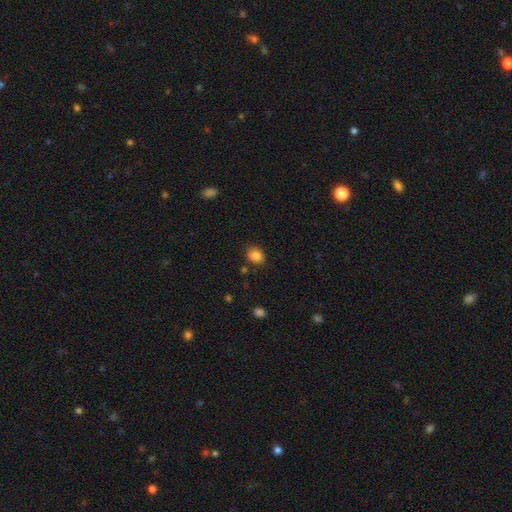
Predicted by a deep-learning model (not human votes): smooth_or_featured: smooth (p=0.85) [alt: star or artifact p=0.10]
how_rounded: in between (p=0.56) [alt: round p=0.43]
merging: none (p=0.77) [alt: minor disturbance p=0.16]